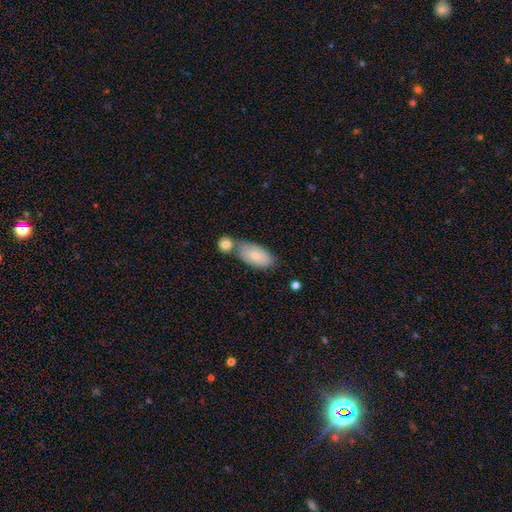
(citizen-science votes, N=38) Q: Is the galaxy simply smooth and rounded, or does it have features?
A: smooth — 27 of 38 (71%).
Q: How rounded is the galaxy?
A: in between — 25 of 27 (93%).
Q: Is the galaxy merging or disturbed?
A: none — 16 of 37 (43%).